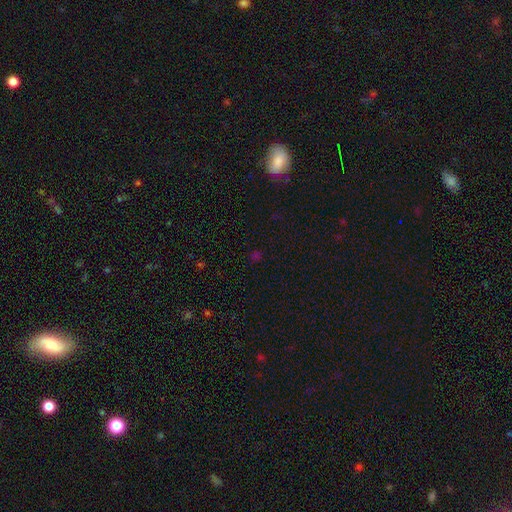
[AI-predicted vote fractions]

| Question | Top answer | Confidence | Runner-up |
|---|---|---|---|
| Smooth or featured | star or artifact | 50% | smooth (44%) |